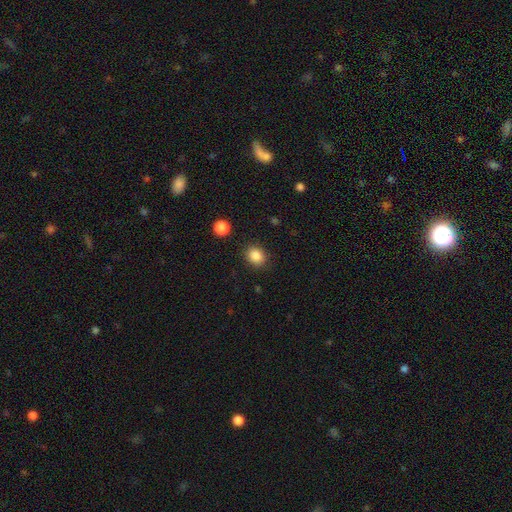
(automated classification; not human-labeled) Smooth or featured? smooth (86%)
How rounded? round (62%)
Merging? none (87%)